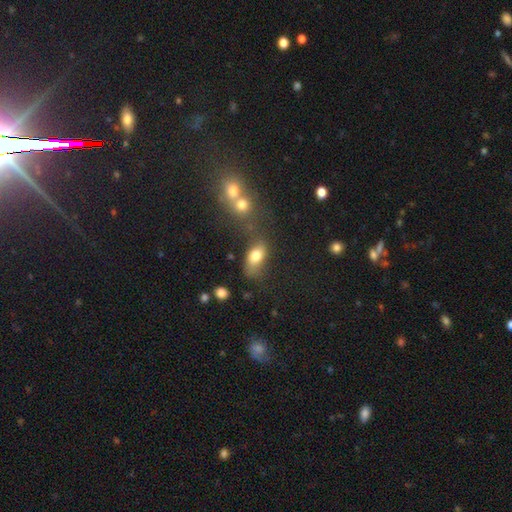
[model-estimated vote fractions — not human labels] A smooth galaxy with no disk features (76%) that is in between round and cigar-shaped (84%). Merging: none (51%).